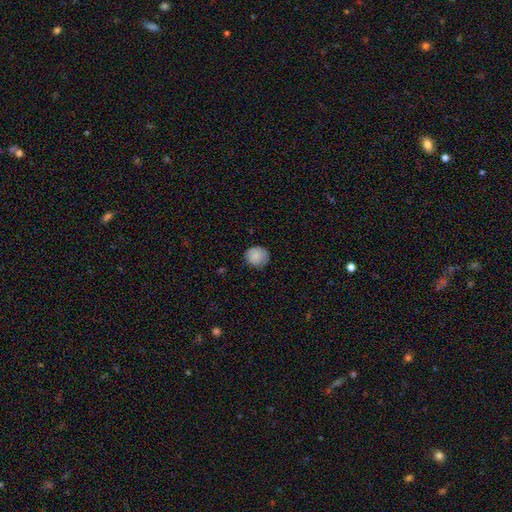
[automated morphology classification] A smooth galaxy with no disk features (86%) that is round (87%).

Vote fractions:
- Smooth or featured? smooth: 86% / star or artifact: 8% / featured or disk: 6%
- How rounded? round: 87% / in between: 12% / cigar-shaped: 1%
- Merging? none: 80% / minor disturbance: 16% / major disturbance: 3% / merger: 1%